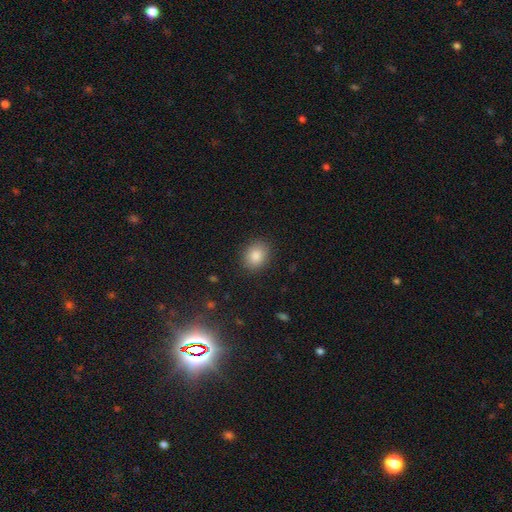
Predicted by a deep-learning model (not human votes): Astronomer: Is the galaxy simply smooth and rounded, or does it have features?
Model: smooth — 84%.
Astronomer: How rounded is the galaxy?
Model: round — 51% (runner-up: in between, 48%).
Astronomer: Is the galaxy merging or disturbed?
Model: none — 88%.